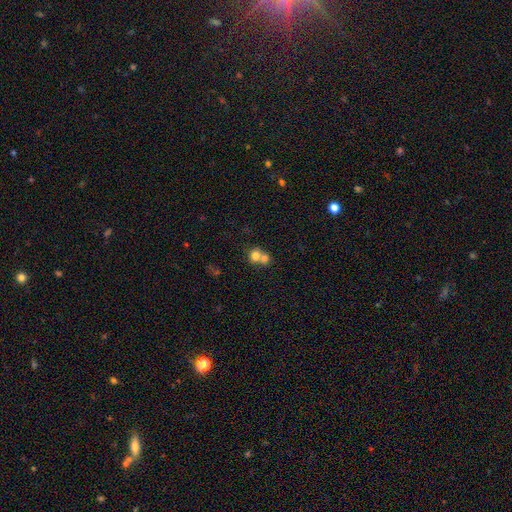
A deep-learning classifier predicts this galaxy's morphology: Smooth or featured?
  - smooth: 75% *
  - featured or disk: 14%
  - star or artifact: 11%
How rounded?
  - round: 80% *
  - in between: 19%
  - cigar-shaped: 1%
Merging?
  - merger: 62% *
  - none: 30%
  - minor disturbance: 5%
  - major disturbance: 2%